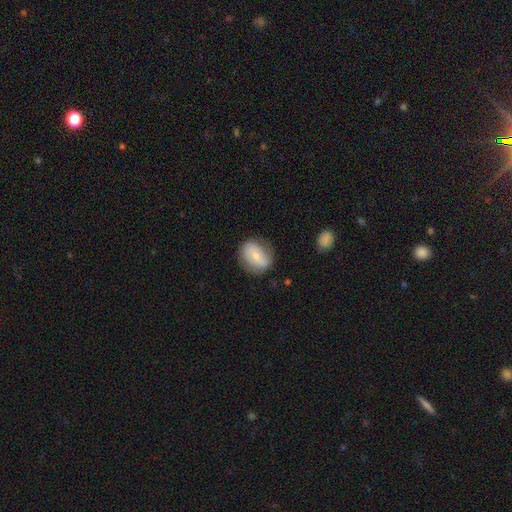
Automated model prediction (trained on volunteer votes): Smooth or featured? Predicted: smooth (p=0.52). How rounded? Predicted: in between (p=0.54). Merging? Predicted: none (p=0.72).